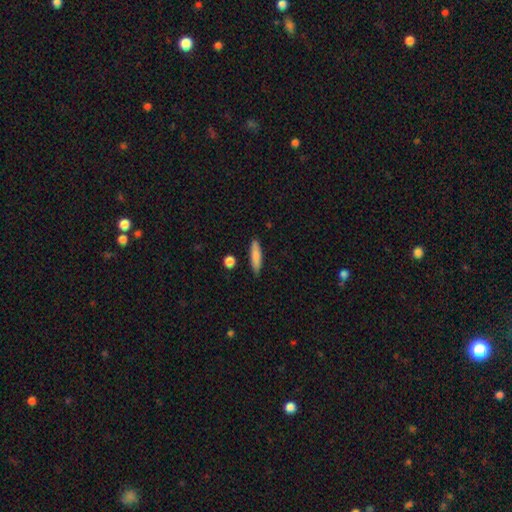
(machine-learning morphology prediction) Overall: smooth (82%). How rounded: cigar-shaped (74%). Merging: none (85%).